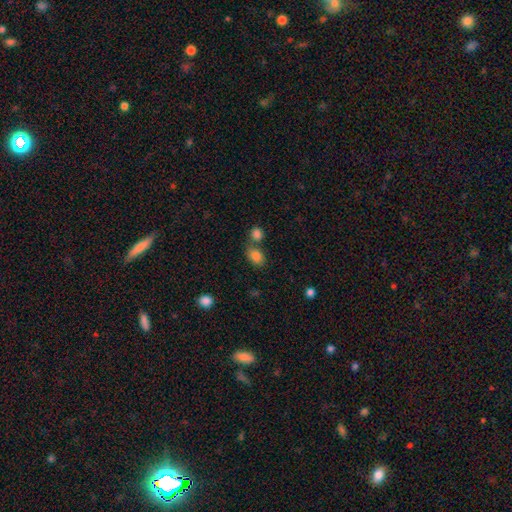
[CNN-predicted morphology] Smooth or featured: smooth — 84% (star or artifact — 10%)
How rounded: in between — 71% (round — 27%)
Merging: none — 55% (merger — 30%)